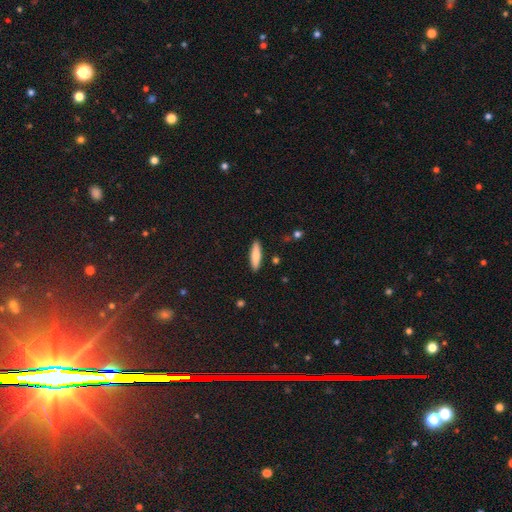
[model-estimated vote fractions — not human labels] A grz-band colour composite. It shows a smooth galaxy with no disk features (78%) that is cigar-shaped (70%). Merging: none (89%).